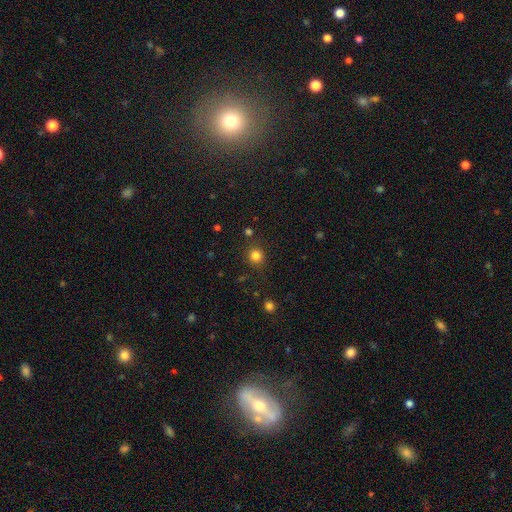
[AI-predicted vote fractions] This is clearly a smooth galaxy (82%). How rounded: clearly round (88%). Merging: clearly none (86%).